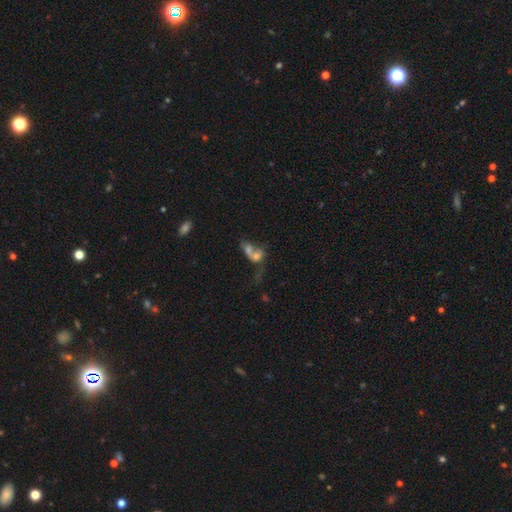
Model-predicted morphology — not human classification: The model was most divided on "how rounded": in between: 56%, round: 40%, cigar-shaped: 4%. More confident: merging — merger (75%); smooth or featured — smooth (56%).